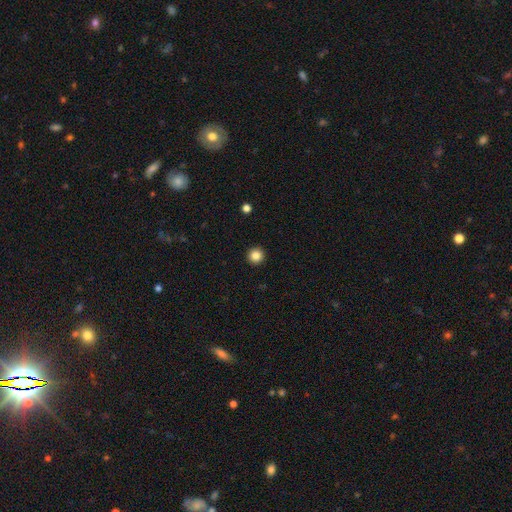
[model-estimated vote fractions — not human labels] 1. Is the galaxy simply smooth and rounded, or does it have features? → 85% smooth, 11% star or artifact, 4% featured or disk.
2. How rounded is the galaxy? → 96% round, 3% in between, 1% cigar-shaped.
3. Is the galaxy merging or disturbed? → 94% none, 4% minor disturbance, 1% major disturbance, 1% merger.